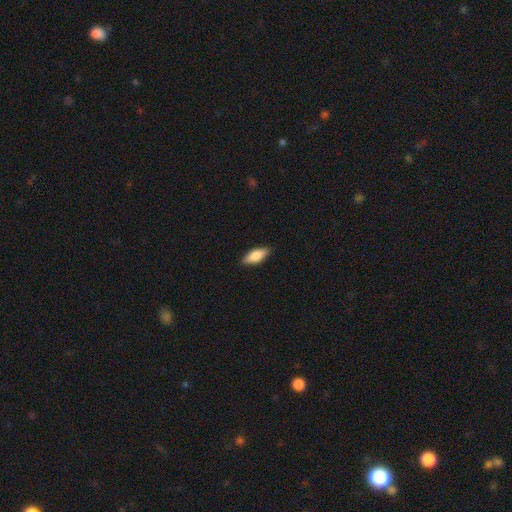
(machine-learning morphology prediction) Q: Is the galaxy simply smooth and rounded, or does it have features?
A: smooth — 75%.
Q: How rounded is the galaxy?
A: in between — 72%.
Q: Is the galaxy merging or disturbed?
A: none — 89%.